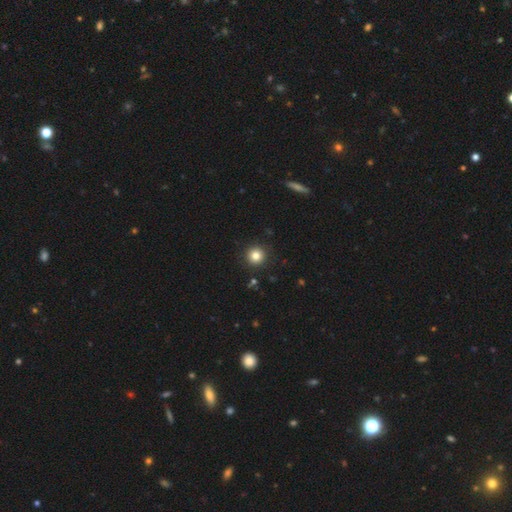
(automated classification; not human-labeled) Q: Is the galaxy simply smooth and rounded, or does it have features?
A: smooth — 83%.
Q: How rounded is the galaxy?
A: round — 95%.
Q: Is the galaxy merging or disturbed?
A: none — 91%.